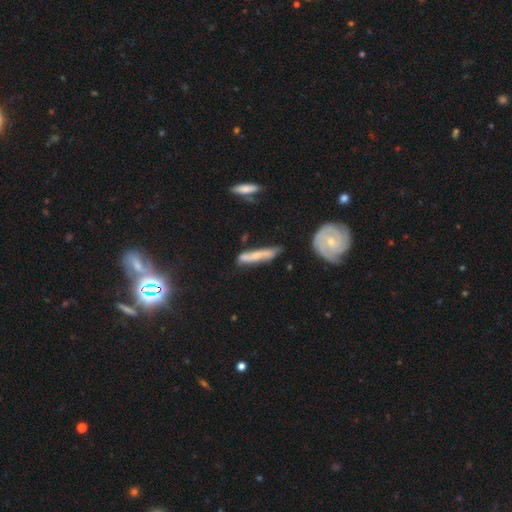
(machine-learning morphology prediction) A featured or disk galaxy (47%).

Vote fractions:
- Smooth or featured? featured or disk: 47% / smooth: 45% / star or artifact: 8%
- Merging? none: 62% / minor disturbance: 24% / major disturbance: 8% / merger: 6%